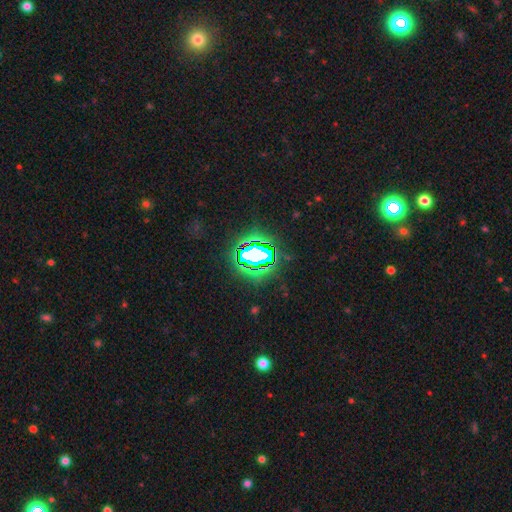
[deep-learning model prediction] Q: Smooth or featured?
A: star or artifact (72%); runner-up: smooth (16%)